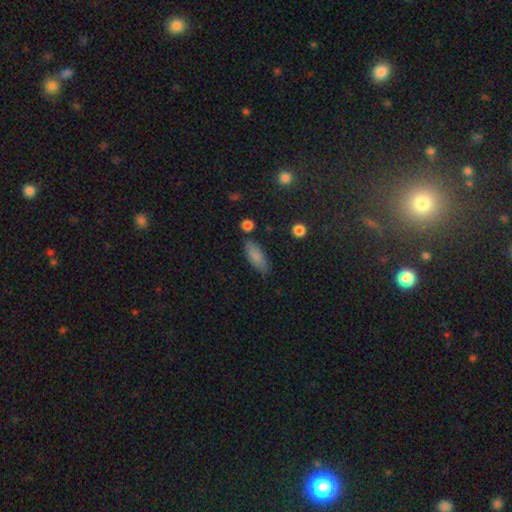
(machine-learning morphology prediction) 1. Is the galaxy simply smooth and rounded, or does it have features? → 84% smooth, 9% featured or disk, 7% star or artifact.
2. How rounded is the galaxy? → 76% in between, 22% cigar-shaped, 2% round.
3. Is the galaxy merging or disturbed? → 75% none, 18% minor disturbance, 4% major disturbance, 3% merger.